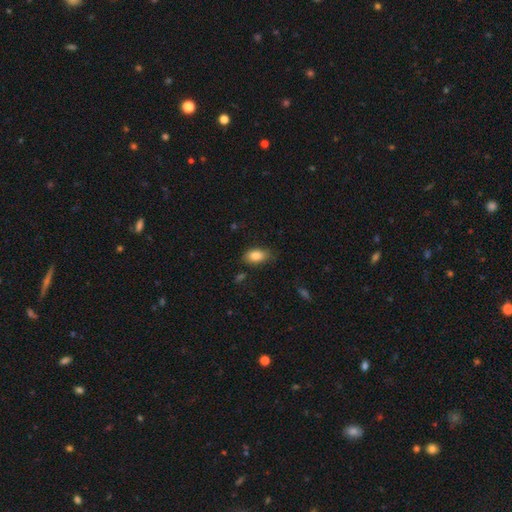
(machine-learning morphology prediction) type=smooth (84%); roundness=in between (90%); merging=none (79%).